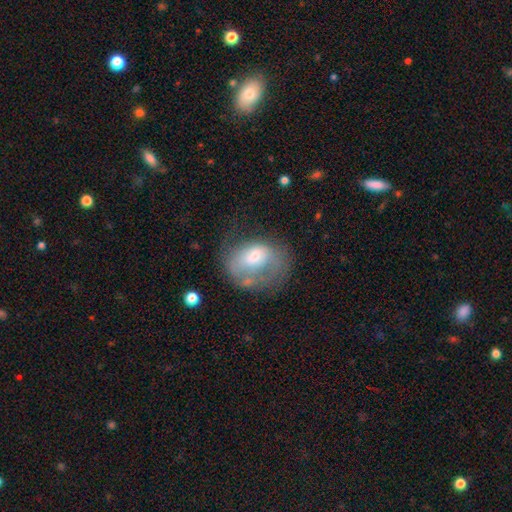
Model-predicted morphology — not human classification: Smooth or featured: smooth — 48% (featured or disk — 43%)
Merging: major disturbance — 41% (none — 28%)